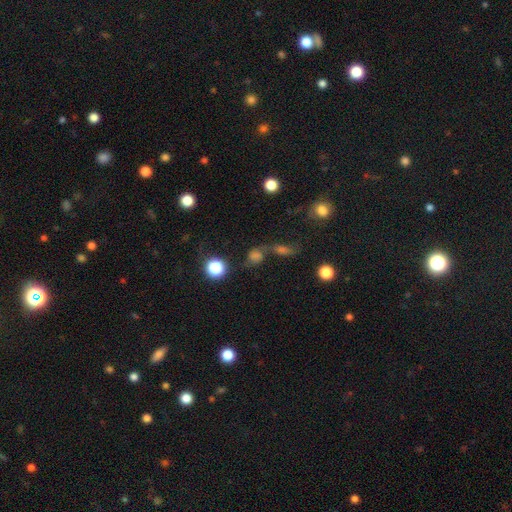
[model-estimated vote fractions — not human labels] smooth 50%, star or artifact 26%, featured or disk 24%. Down the decision tree: how rounded — round (54%); merging — merger (47%).